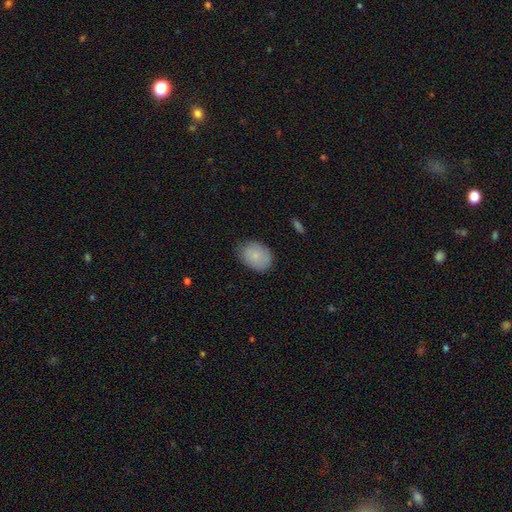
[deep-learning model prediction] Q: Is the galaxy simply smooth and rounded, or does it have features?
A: smooth — 80%.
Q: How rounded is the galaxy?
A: in between — 73%.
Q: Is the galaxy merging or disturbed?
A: none — 75%.